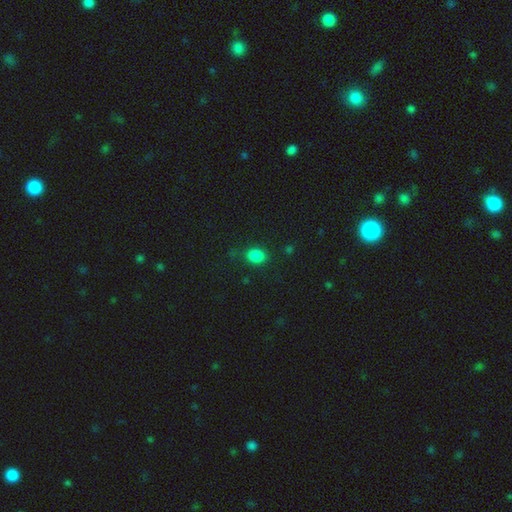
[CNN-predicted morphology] A smooth galaxy with no disk features (84%) that is in between round and cigar-shaped (69%).

Vote fractions:
- Smooth or featured? smooth: 84% / star or artifact: 12% / featured or disk: 4%
- How rounded? in between: 69% / round: 30% / cigar-shaped: 1%
- Merging? none: 81% / minor disturbance: 13% / major disturbance: 4% / merger: 2%